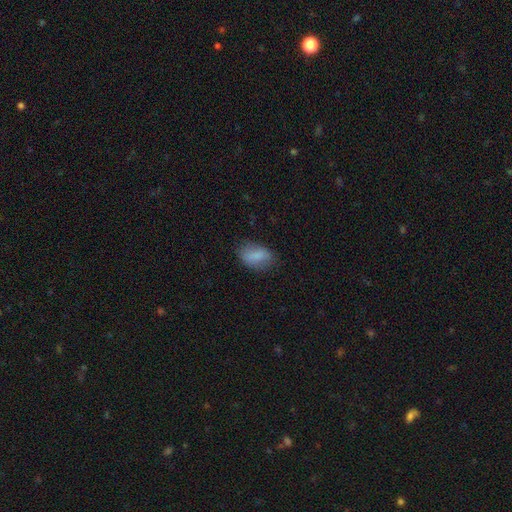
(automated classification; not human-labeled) This is clearly a smooth galaxy (80%). How rounded: clearly in between (86%). Merging: likely none (73%).